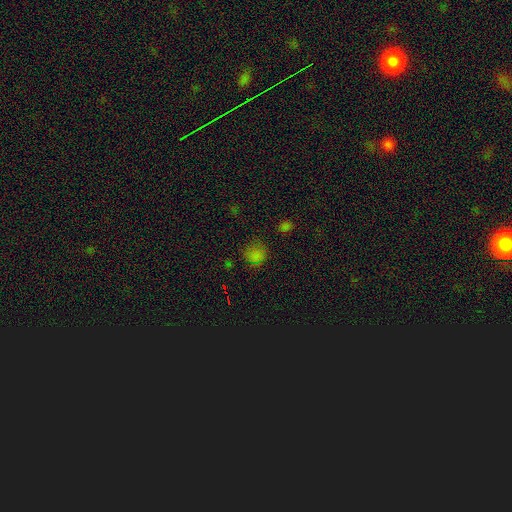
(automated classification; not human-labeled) Smooth or featured?
  - smooth: 64% *
  - star or artifact: 30%
  - featured or disk: 6%
How rounded?
  - round: 86% *
  - in between: 13%
  - cigar-shaped: 1%
Merging?
  - none: 76% *
  - minor disturbance: 16%
  - major disturbance: 6%
  - merger: 3%